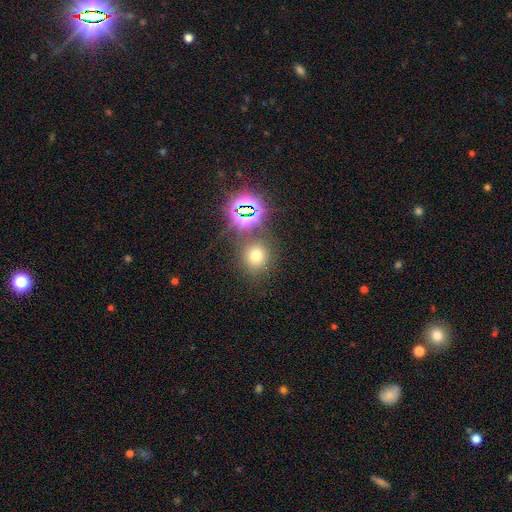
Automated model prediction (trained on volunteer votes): smooth_or_featured: smooth (p=0.61) [alt: star or artifact p=0.29]
how_rounded: round (p=0.88) [alt: in between p=0.11]
merging: none (p=0.76) [alt: merger p=0.11]